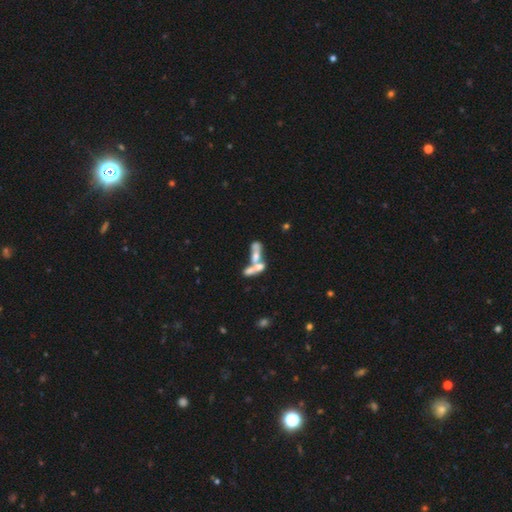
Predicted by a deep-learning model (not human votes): A featured or disk galaxy (48%). Merging: merger (64%).